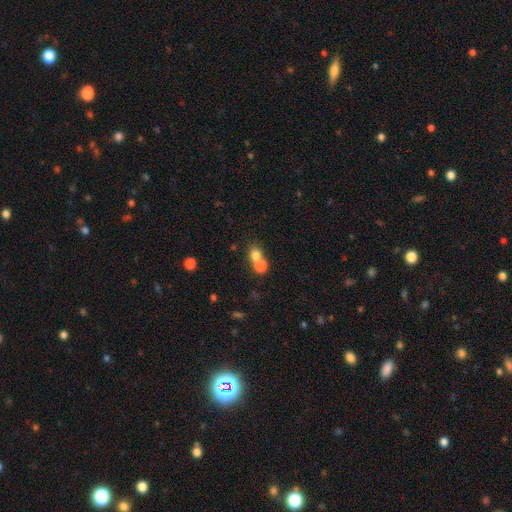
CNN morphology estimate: This is likely a smooth galaxy (76%). How rounded: likely round (76%). Merging: possibly merger (52%).